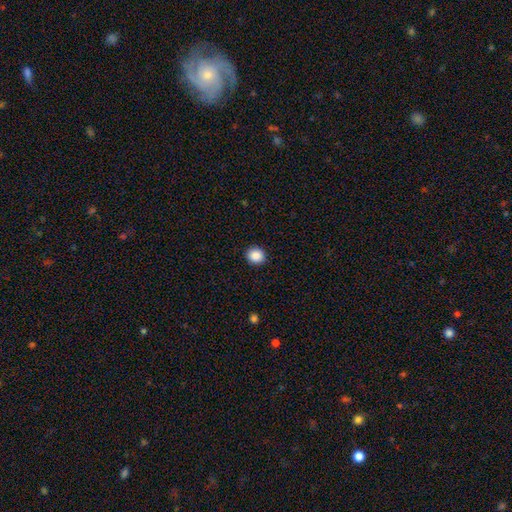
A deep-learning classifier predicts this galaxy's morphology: A smooth galaxy with no disk features (89%) that is round (87%).

Vote fractions:
- Smooth or featured? smooth: 89% / star or artifact: 9% / featured or disk: 2%
- How rounded? round: 87% / in between: 13% / cigar-shaped: 1%
- Merging? none: 92% / minor disturbance: 5% / major disturbance: 2% / merger: 1%